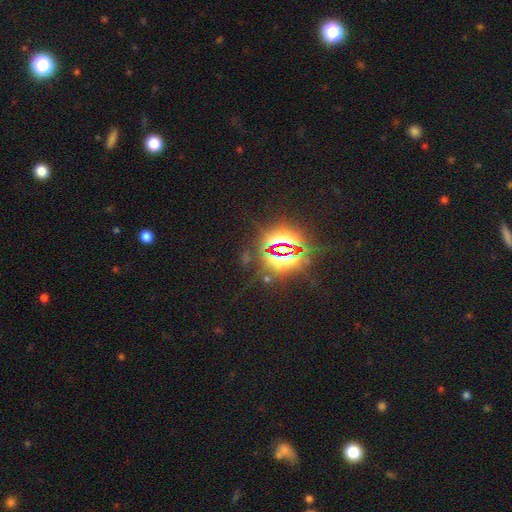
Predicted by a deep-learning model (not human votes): A star or artifact, not a galaxy (83%).